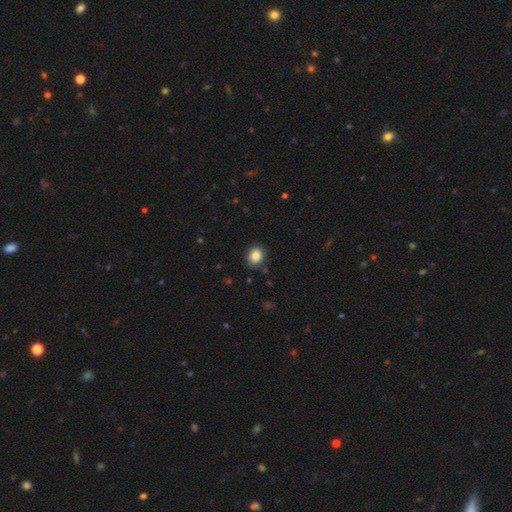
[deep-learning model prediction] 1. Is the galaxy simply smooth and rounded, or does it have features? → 86% smooth, 9% star or artifact, 5% featured or disk.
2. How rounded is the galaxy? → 66% round, 33% in between, 1% cigar-shaped.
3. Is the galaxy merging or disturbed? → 84% none, 12% minor disturbance, 3% major disturbance, 1% merger.